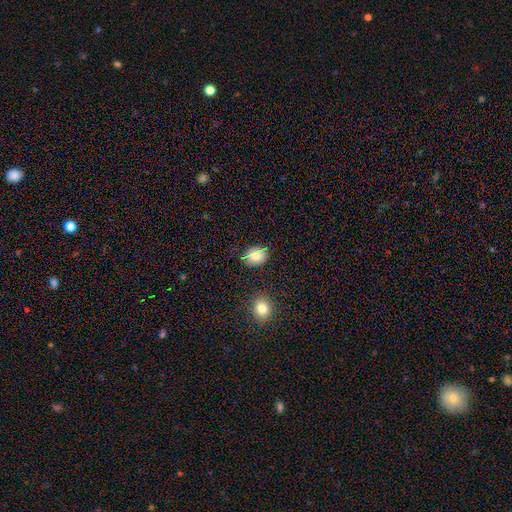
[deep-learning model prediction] Q: Smooth or featured?
A: smooth (82%); runner-up: star or artifact (10%)
Q: How rounded?
A: in between (63%); runner-up: round (35%)
Q: Merging?
A: none (77%); runner-up: minor disturbance (18%)